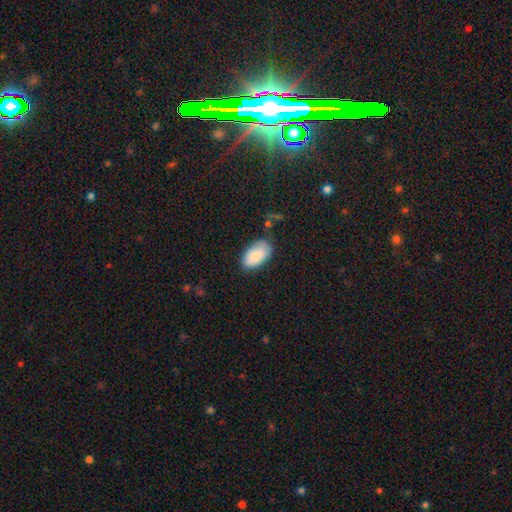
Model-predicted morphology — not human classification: The model was most divided on "merging": none: 73%, minor disturbance: 20%, major disturbance: 4%, merger: 3%. More confident: how rounded — in between (94%); smooth or featured — smooth (86%).